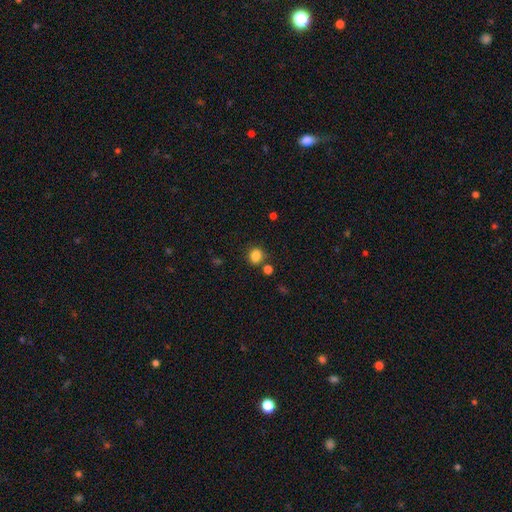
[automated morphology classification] Q: Smooth or featured?
A: smooth (84%); runner-up: star or artifact (12%)
Q: How rounded?
A: round (73%); runner-up: in between (26%)
Q: Merging?
A: none (76%); runner-up: minor disturbance (11%)